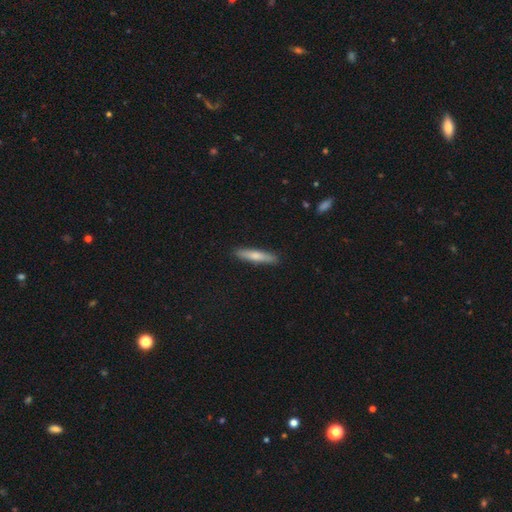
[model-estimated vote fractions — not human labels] Smooth or featured? Predicted: smooth (p=0.67). How rounded? Predicted: cigar-shaped (p=0.88). Merging? Predicted: none (p=0.90).